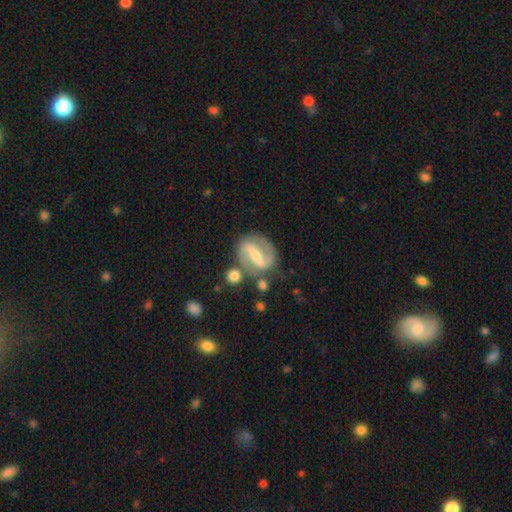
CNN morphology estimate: Smooth or featured? Predicted: featured or disk (p=0.85). Edge-on disk? Predicted: no (p=0.97). Bar? Predicted: strong (p=0.67). Spiral arms? Predicted: yes (p=0.94). Spiral winding? Predicted: medium (p=0.51). Spiral arm count? Predicted: 2 (p=0.92). Bulge size? Predicted: small (p=0.51). Merging? Predicted: none (p=0.76).